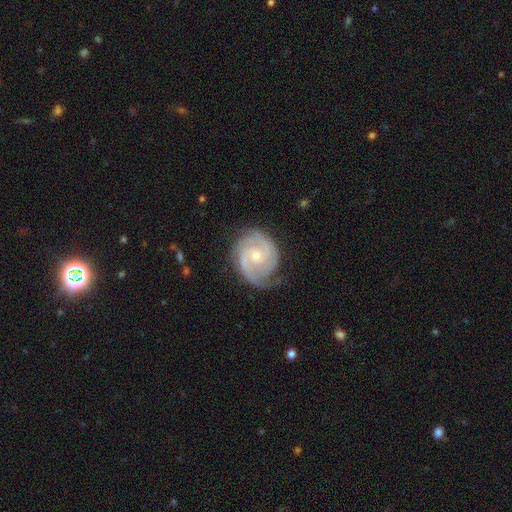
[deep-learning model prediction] Morphology: type=featured or disk (89%); edge-on=no (98%); bar=no (62%); spiral arms=yes (98%); winding=tight (60%); arm count=2 (67%); bulge=small (55%); merging=none (74%).